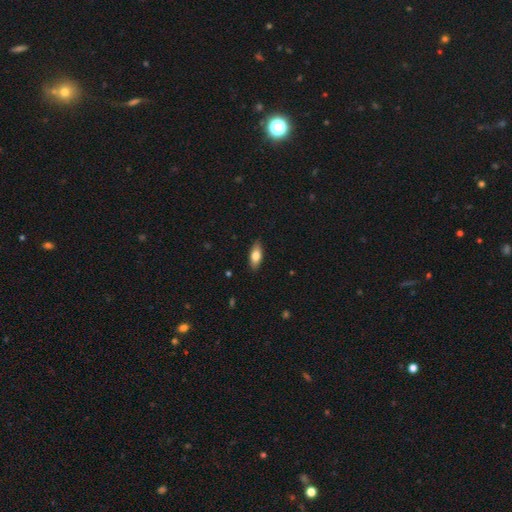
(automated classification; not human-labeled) A smooth galaxy with no disk features (75%) that is in between round and cigar-shaped (80%). Merging: none (87%).